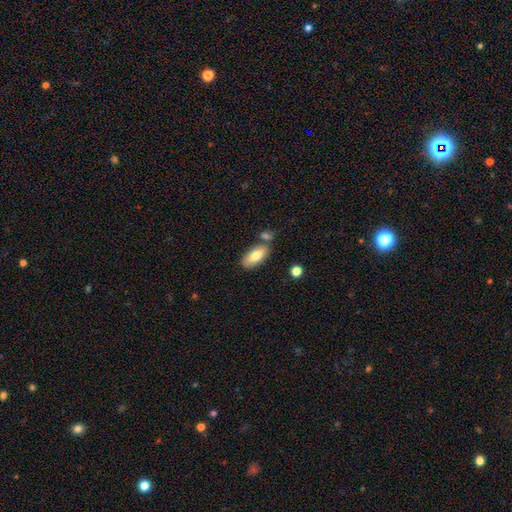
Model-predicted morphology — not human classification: Smooth or featured: smooth — 78% (featured or disk — 16%)
How rounded: in between — 87% (cigar-shaped — 11%)
Merging: none — 72% (minor disturbance — 13%)